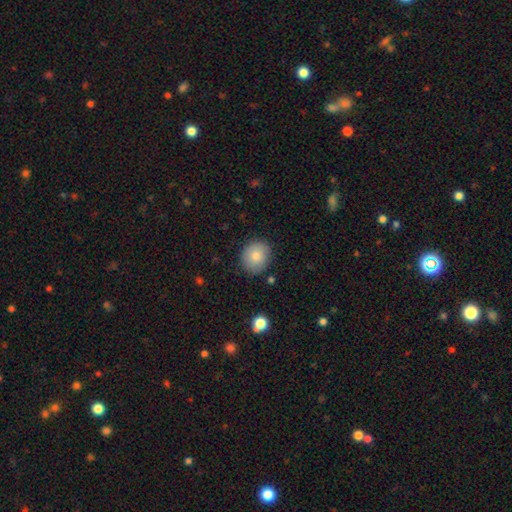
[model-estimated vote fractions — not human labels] Smooth or featured? Predicted: smooth (p=0.82). How rounded? Predicted: round (p=0.71). Merging? Predicted: none (p=0.84).